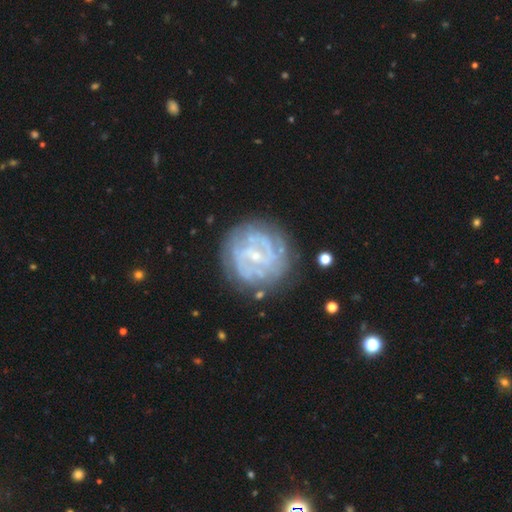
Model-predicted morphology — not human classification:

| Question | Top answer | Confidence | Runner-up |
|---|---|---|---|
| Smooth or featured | featured or disk | 80% | smooth (13%) |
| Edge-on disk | no | 98% | yes (2%) |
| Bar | weak | 45% | no (41%) |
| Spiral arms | yes | 85% | no (15%) |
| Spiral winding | tight | 60% | medium (30%) |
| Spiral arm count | can't tell | 40% | 2 (27%) |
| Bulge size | small | 78% | moderate (16%) |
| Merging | none | 77% | minor disturbance (14%) |